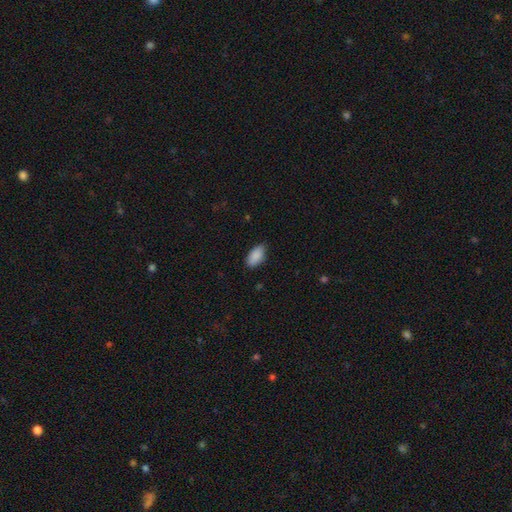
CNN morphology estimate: Smooth or featured?
  - smooth: 90% *
  - star or artifact: 6%
  - featured or disk: 4%
How rounded?
  - in between: 94% *
  - cigar-shaped: 4%
  - round: 3%
Merging?
  - none: 83% *
  - minor disturbance: 14%
  - major disturbance: 2%
  - merger: 1%